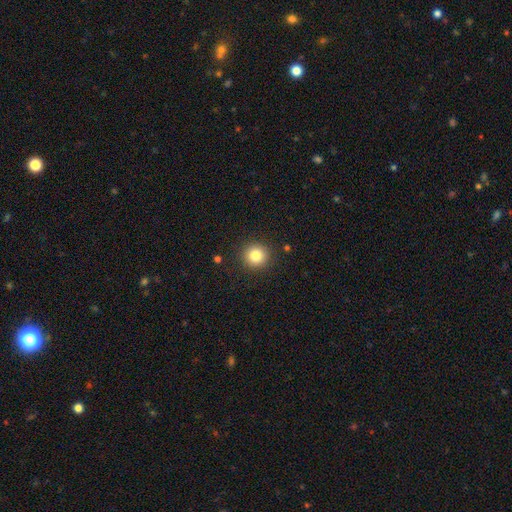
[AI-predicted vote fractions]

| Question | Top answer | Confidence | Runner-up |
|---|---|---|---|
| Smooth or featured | smooth | 82% | star or artifact (11%) |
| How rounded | round | 94% | in between (5%) |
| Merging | none | 91% | minor disturbance (6%) |